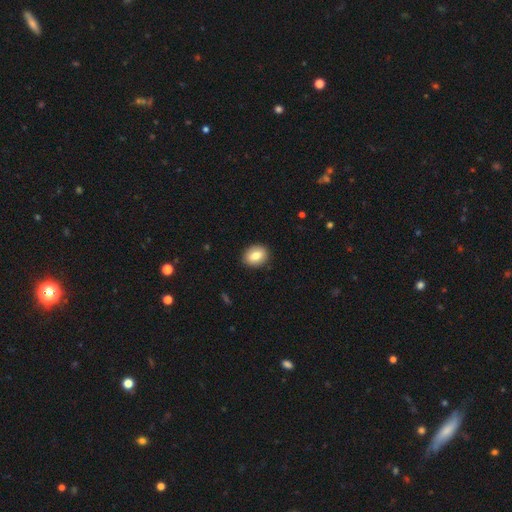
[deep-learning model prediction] Smooth or featured: smooth — 82% (featured or disk — 10%)
How rounded: in between — 57% (round — 42%)
Merging: none — 90% (minor disturbance — 7%)